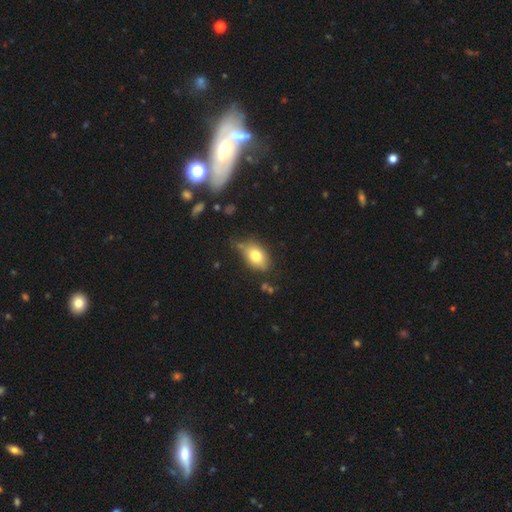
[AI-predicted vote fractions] Smooth or featured?
  - smooth: 77% *
  - featured or disk: 15%
  - star or artifact: 9%
How rounded?
  - in between: 85% *
  - round: 13%
  - cigar-shaped: 2%
Merging?
  - none: 67% *
  - minor disturbance: 23%
  - major disturbance: 5%
  - merger: 5%